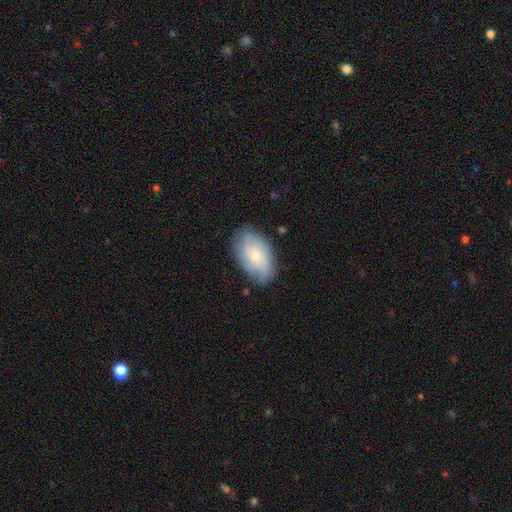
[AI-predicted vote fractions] Overall: featured or disk (58%; smooth 35%). Edge-on disk: no (95%). Bar: no (73%). Spiral arms: yes (85%). Bulge size: small (60%; moderate 34%). Merging: none (73%).